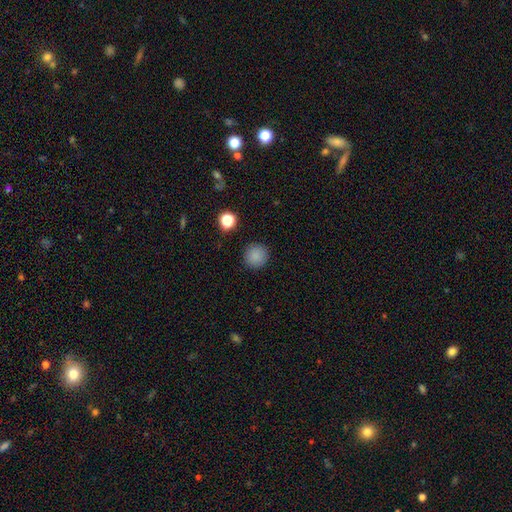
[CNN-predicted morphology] Smooth or featured: smooth — 86% (star or artifact — 11%)
How rounded: round — 95% (in between — 4%)
Merging: none — 91% (minor disturbance — 5%)